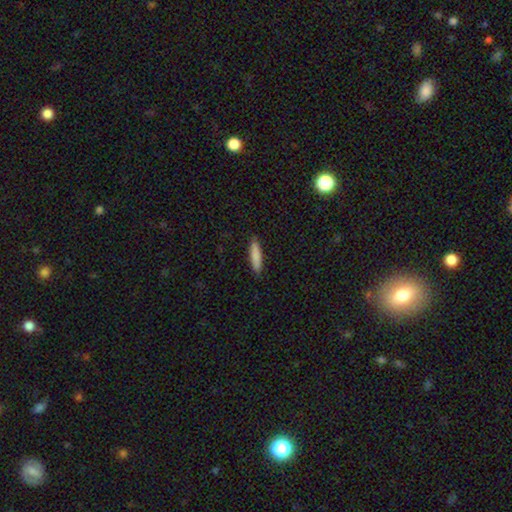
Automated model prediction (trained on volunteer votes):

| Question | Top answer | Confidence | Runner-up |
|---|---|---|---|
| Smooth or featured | smooth | 85% | featured or disk (9%) |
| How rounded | cigar-shaped | 82% | in between (17%) |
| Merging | none | 89% | minor disturbance (8%) |